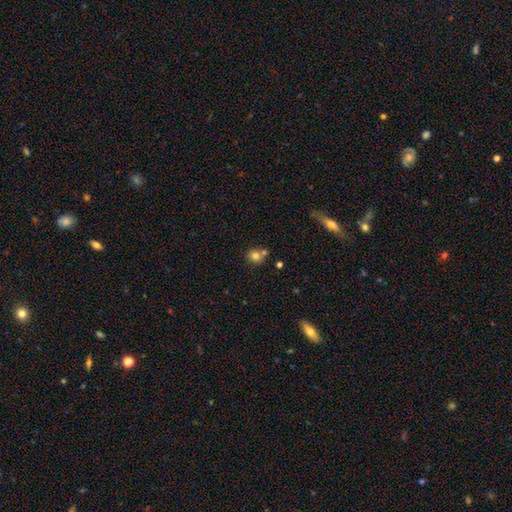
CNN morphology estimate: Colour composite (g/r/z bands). It shows a smooth galaxy with no disk features (78%) that is round (84%). Merging: none (57%).